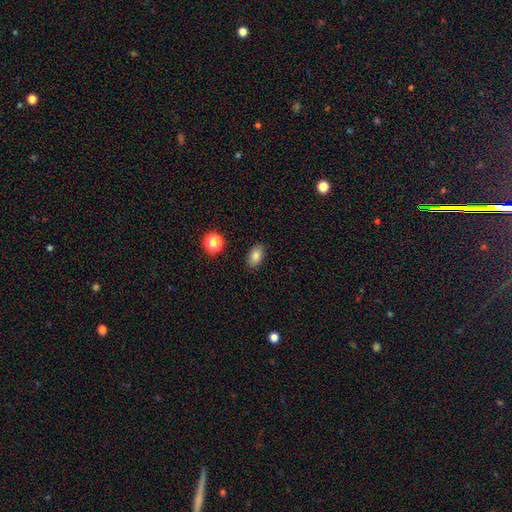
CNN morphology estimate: A smooth galaxy with no disk features (83%) that is in between round and cigar-shaped (86%).

Vote fractions:
- Smooth or featured? smooth: 83% / star or artifact: 10% / featured or disk: 7%
- How rounded? in between: 86% / round: 12% / cigar-shaped: 2%
- Merging? none: 87% / minor disturbance: 9% / major disturbance: 2% / merger: 1%